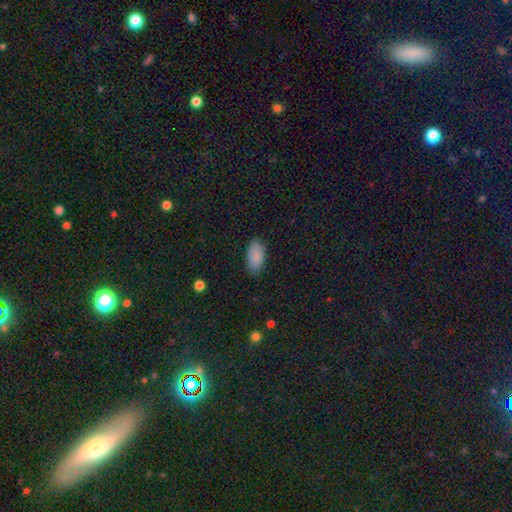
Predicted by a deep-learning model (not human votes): Q: Smooth or featured?
A: smooth (89%); runner-up: star or artifact (7%)
Q: How rounded?
A: in between (94%); runner-up: cigar-shaped (3%)
Q: Merging?
A: none (85%); runner-up: minor disturbance (12%)